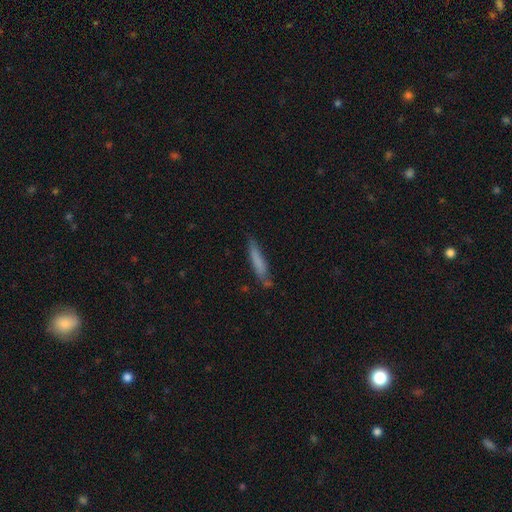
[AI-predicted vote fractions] Smooth or featured?
  - smooth: 68% *
  - featured or disk: 24%
  - star or artifact: 8%
How rounded?
  - cigar-shaped: 92% *
  - in between: 7%
  - round: 1%
Merging?
  - none: 75% *
  - minor disturbance: 18%
  - major disturbance: 4%
  - merger: 3%